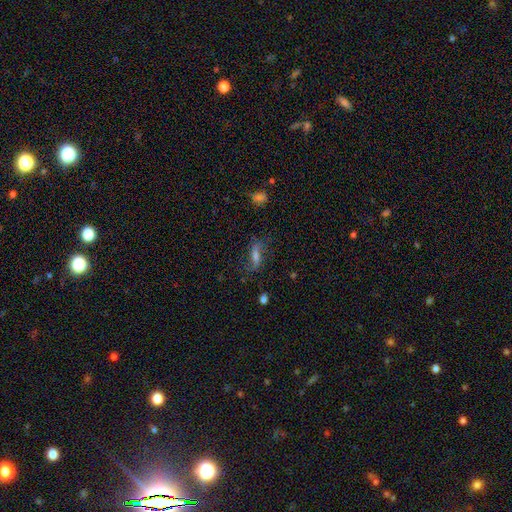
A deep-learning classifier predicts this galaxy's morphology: Smooth or featured?
  - featured or disk: 47% *
  - smooth: 38%
  - star or artifact: 15%
Merging?
  - none: 67% *
  - minor disturbance: 20%
  - major disturbance: 11%
  - merger: 2%